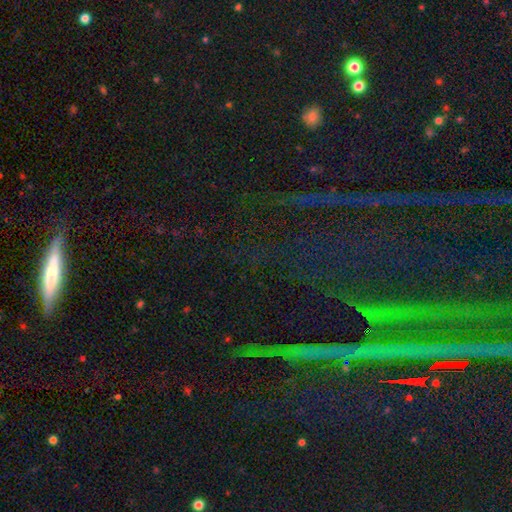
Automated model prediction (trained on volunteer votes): Q: Smooth or featured?
A: star or artifact (76%); runner-up: featured or disk (14%)